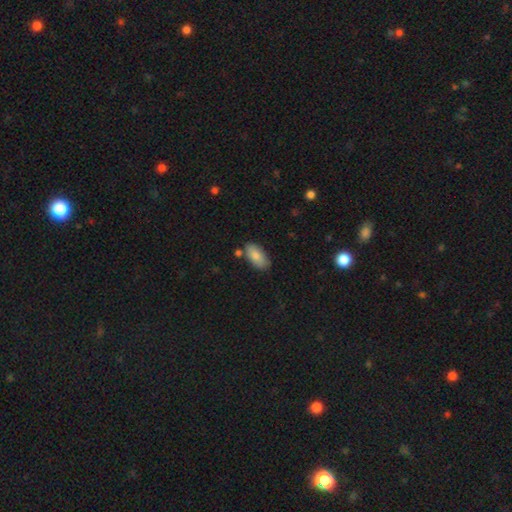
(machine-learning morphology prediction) smooth_or_featured: smooth (p=0.84) [alt: featured or disk p=0.10]
how_rounded: in between (p=0.93) [alt: cigar-shaped p=0.04]
merging: none (p=0.75) [alt: minor disturbance p=0.17]